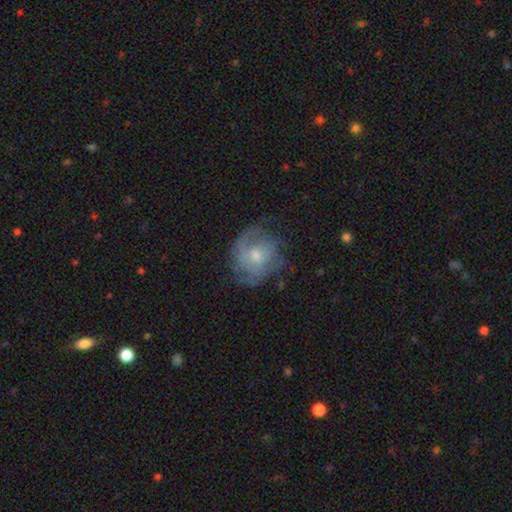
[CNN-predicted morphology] Smooth or featured?
  - featured or disk: 65% *
  - smooth: 27%
  - star or artifact: 8%
Edge-on disk?
  - no: 97% *
  - yes: 3%
Bar?
  - no: 76% *
  - weak: 20%
  - strong: 3%
Spiral arms?
  - yes: 77% *
  - no: 23%
Bulge size?
  - moderate: 48% *
  - small: 47%
  - large: 3%
  - none: 2%
  - dominant: 1%
Merging?
  - none: 62% *
  - minor disturbance: 23%
  - major disturbance: 14%
  - merger: 1%